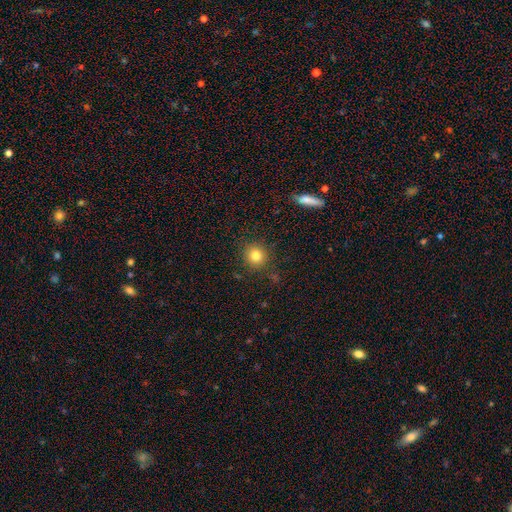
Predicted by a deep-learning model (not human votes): The model was most divided on "smooth or featured": smooth: 81%, star or artifact: 12%, featured or disk: 7%. More confident: how rounded — round (89%); merging — none (86%).